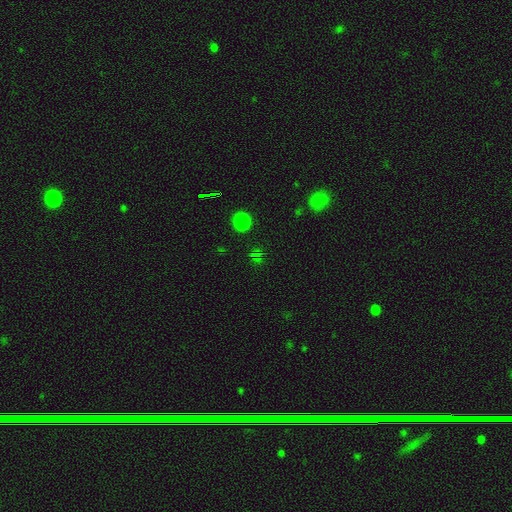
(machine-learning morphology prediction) type=smooth (49%); merging=none (88%).